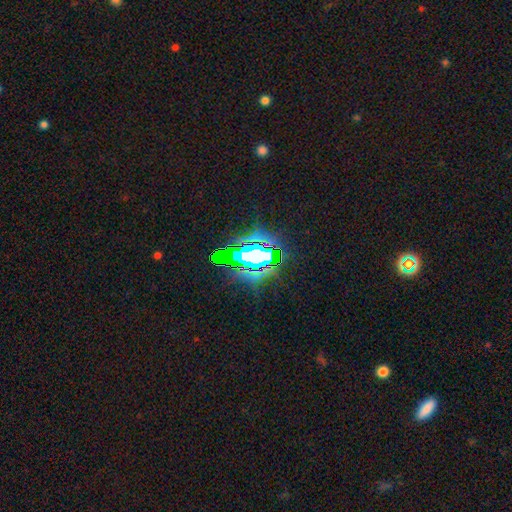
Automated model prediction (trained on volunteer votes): Smooth or featured? star or artifact (68%)